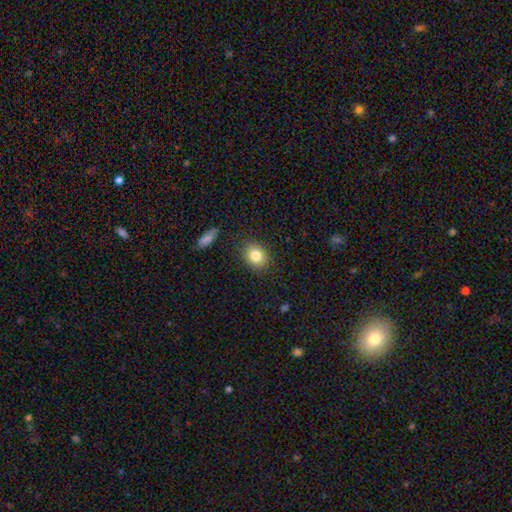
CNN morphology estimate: type=smooth (83%); roundness=round (50%); merging=none (86%).